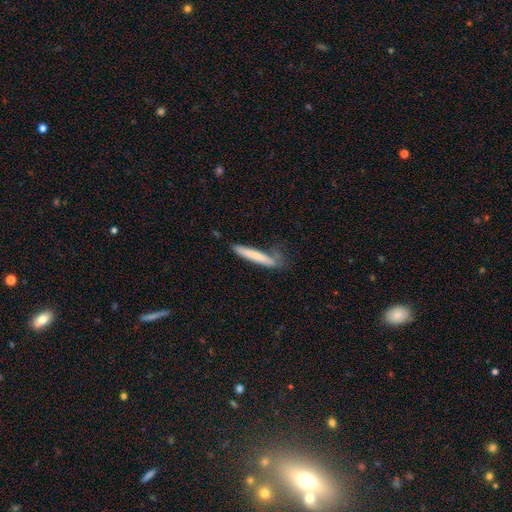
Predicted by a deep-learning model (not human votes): A smooth galaxy with no disk features (75%) that is cigar-shaped (94%). Merging: none (66%).